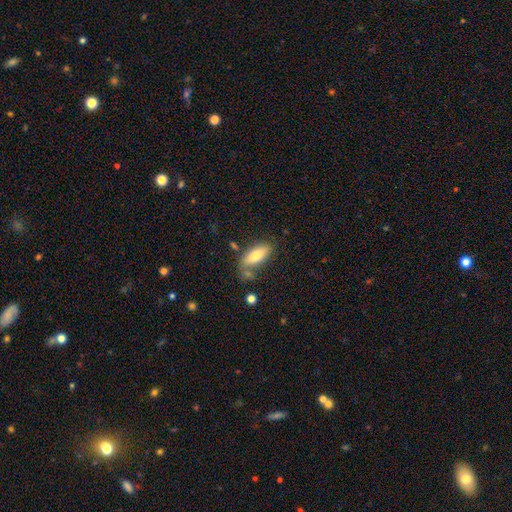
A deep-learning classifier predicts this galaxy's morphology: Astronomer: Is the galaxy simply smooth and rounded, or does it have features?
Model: smooth — 77%.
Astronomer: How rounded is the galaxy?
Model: in between — 80%.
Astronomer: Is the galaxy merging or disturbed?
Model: none — 63%.